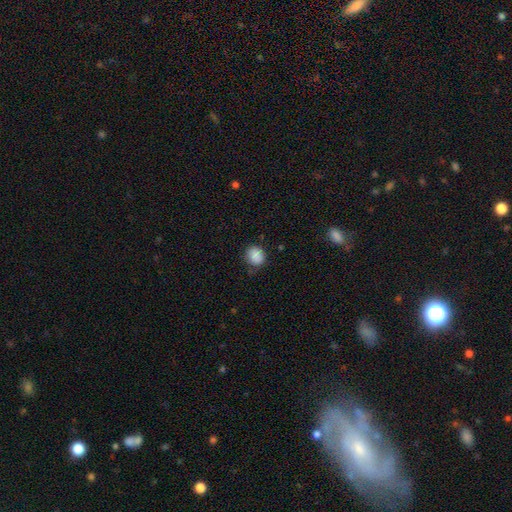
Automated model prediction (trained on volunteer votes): This is clearly a smooth galaxy (87%). How rounded: likely round (76%). Merging: likely none (76%).